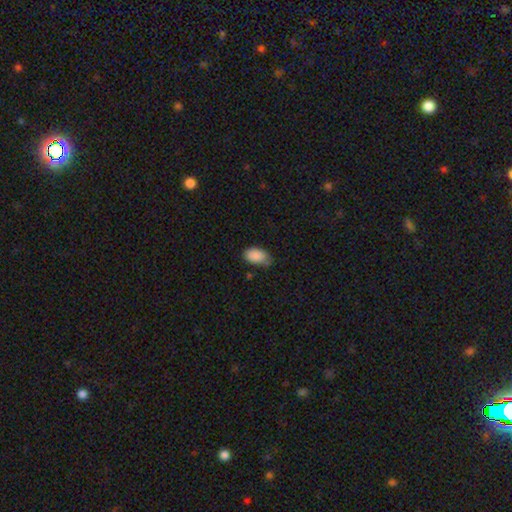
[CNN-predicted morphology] The model was most divided on "merging": none: 67%, minor disturbance: 27%, major disturbance: 5%, merger: 2%. More confident: how rounded — in between (93%); smooth or featured — smooth (88%).